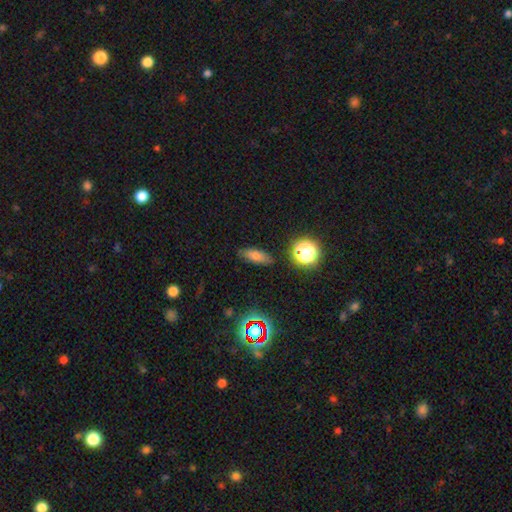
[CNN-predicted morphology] smooth-or-featured: smooth: 74% | star or artifact: 15% | featured or disk: 11%
  how-rounded: in between: 66% | cigar-shaped: 27% | round: 7%
  merging: none: 83% | minor disturbance: 12% | major disturbance: 3% | merger: 2%